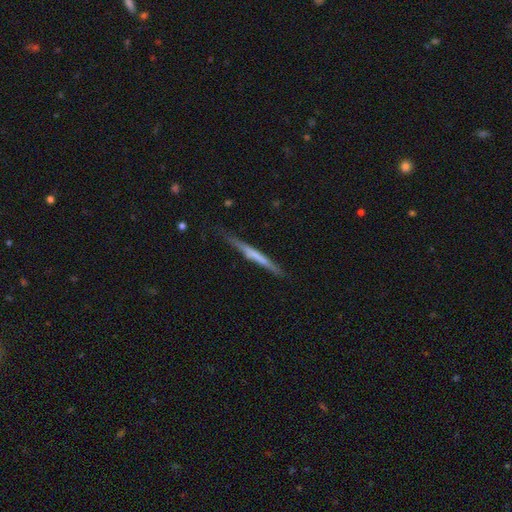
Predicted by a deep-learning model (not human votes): Morphology: type=featured or disk (48%); merging=none (79%).